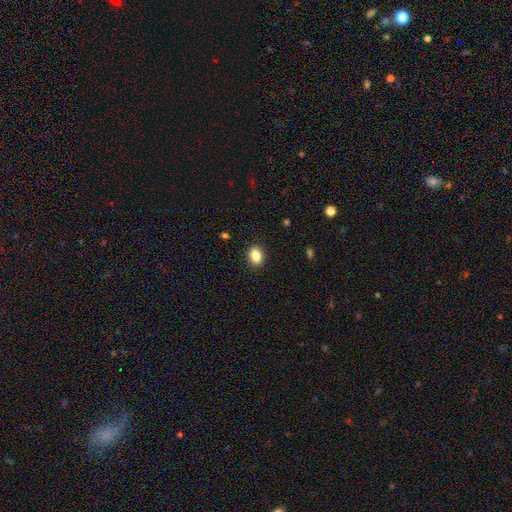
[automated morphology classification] This appears to be a smooth galaxy with no disk features (85%) that is in between round and cigar-shaped (75%). Merging: none (89%).